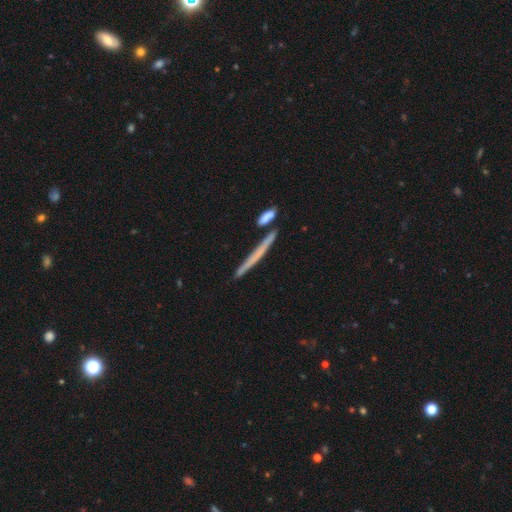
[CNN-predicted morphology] type=smooth (49%); merging=none (76%).